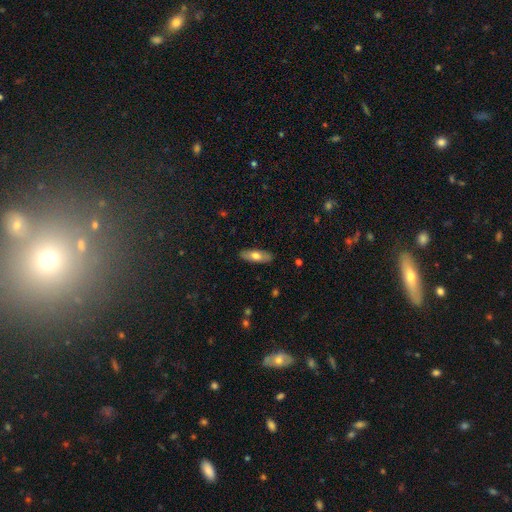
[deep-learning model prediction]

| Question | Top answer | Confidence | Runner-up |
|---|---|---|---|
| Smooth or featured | smooth | 67% | featured or disk (27%) |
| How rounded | in between | 66% | cigar-shaped (32%) |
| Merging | none | 88% | minor disturbance (9%) |